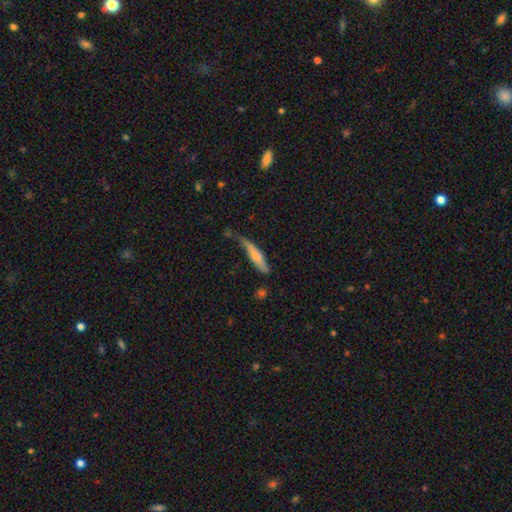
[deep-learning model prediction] smooth-or-featured: smooth: 63% | featured or disk: 31% | star or artifact: 6%
  how-rounded: cigar-shaped: 84% | in between: 14% | round: 2%
  merging: none: 46% | minor disturbance: 36% | major disturbance: 12% | merger: 6%